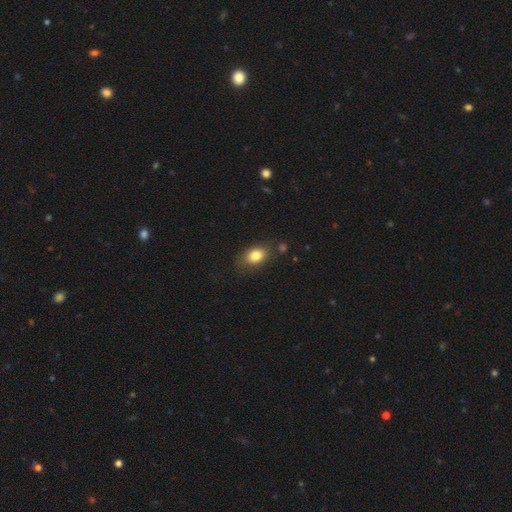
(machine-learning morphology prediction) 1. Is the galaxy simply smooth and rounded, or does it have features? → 82% smooth, 10% featured or disk, 9% star or artifact.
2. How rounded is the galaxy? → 80% in between, 18% round, 2% cigar-shaped.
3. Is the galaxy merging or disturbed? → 75% none, 17% minor disturbance, 5% major disturbance, 4% merger.